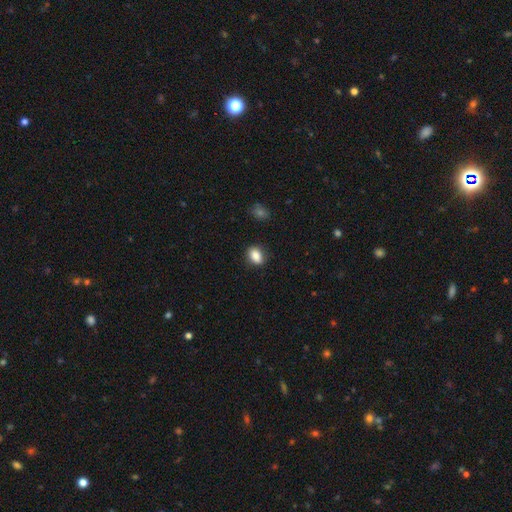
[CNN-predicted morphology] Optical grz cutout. It shows a smooth galaxy with no disk features (86%) that is in between round and cigar-shaped (73%). Merging: none (85%).